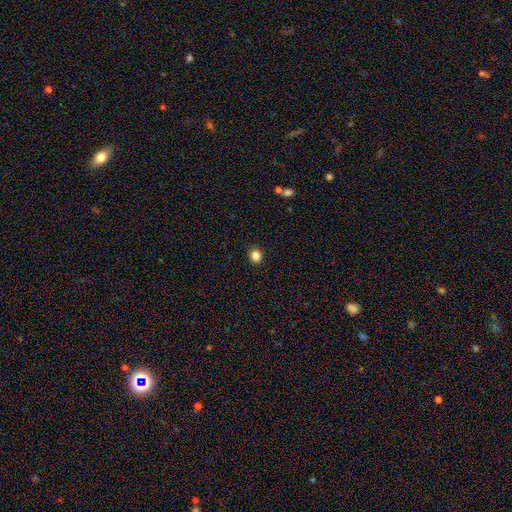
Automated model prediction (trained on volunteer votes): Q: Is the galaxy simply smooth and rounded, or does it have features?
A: smooth — 85%.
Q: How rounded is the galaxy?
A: round — 80%.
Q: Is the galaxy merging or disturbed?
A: none — 91%.